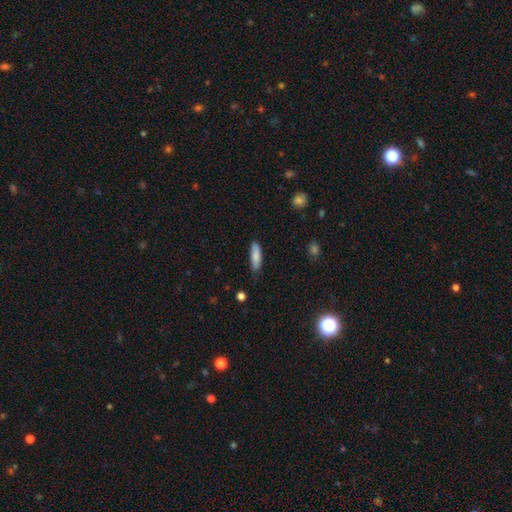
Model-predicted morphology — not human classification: smooth 84%, featured or disk 9%, star or artifact 6%. Down the decision tree: how rounded — cigar-shaped (62%); merging — none (78%).